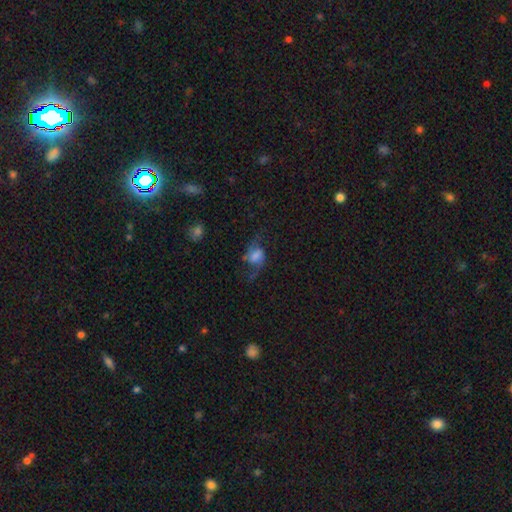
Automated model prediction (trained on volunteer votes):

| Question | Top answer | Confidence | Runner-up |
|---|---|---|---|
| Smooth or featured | featured or disk | 59% | smooth (31%) |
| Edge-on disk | no | 96% | yes (4%) |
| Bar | weak | 44% | no (40%) |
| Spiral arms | yes | 89% | no (11%) |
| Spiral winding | loose | 71% | medium (24%) |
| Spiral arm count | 2 | 90% | 1 (4%) |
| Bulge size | moderate | 33% | large (26%) |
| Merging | none | 56% | major disturbance (21%) |